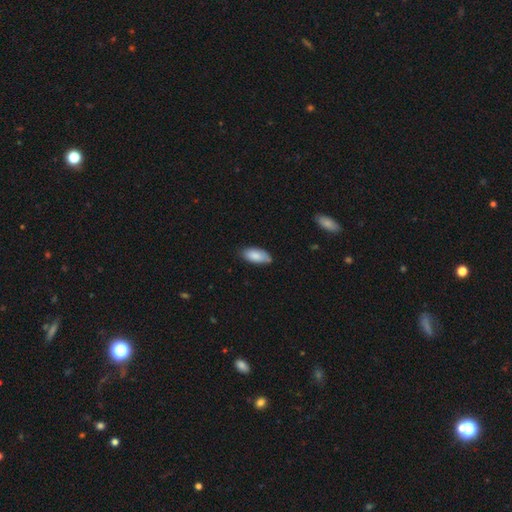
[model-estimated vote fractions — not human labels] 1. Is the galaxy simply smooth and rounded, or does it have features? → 85% smooth, 9% featured or disk, 6% star or artifact.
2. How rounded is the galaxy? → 90% in between, 8% cigar-shaped, 2% round.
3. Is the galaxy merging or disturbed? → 73% none, 23% minor disturbance, 3% major disturbance, 1% merger.